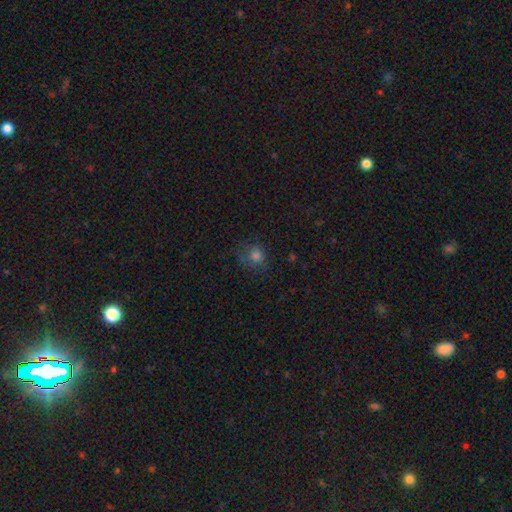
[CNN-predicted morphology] A smooth galaxy with no disk features (72%) that is round (75%).

Vote fractions:
- Smooth or featured? smooth: 72% / star or artifact: 19% / featured or disk: 10%
- How rounded? round: 75% / in between: 24% / cigar-shaped: 1%
- Merging? none: 63% / minor disturbance: 21% / major disturbance: 14% / merger: 2%